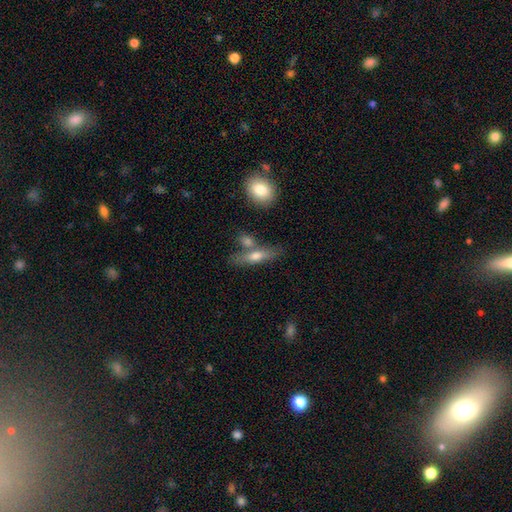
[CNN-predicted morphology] This is possibly a smooth galaxy (60%). How rounded: possibly cigar-shaped (59%). Merging: likely none (61%).